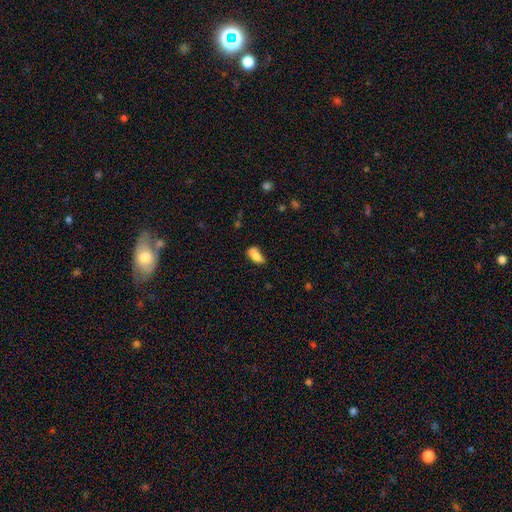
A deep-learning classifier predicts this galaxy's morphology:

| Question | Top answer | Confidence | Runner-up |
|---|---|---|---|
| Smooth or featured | smooth | 79% | featured or disk (13%) |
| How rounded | in between | 87% | cigar-shaped (8%) |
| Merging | none | 43% | minor disturbance (31%) |